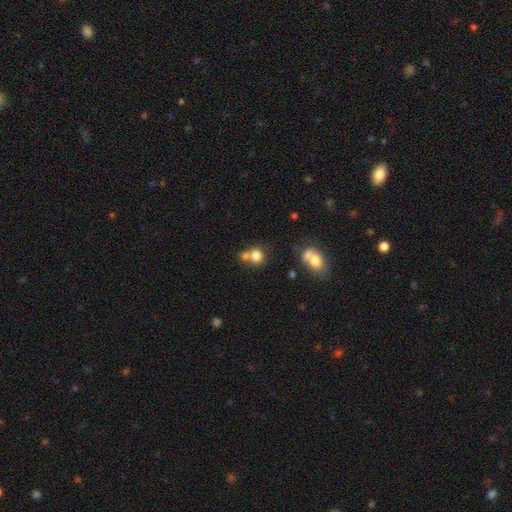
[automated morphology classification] smooth_or_featured: smooth (p=0.78) [alt: star or artifact p=0.12]
how_rounded: round (p=0.82) [alt: in between p=0.17]
merging: none (p=0.44) [alt: merger p=0.43]